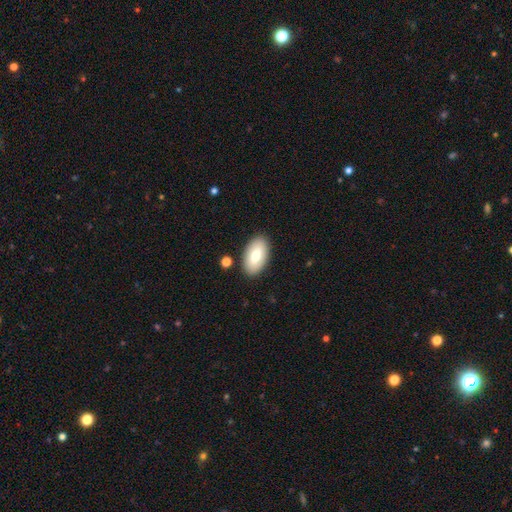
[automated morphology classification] smooth 75%, featured or disk 19%, star or artifact 6%. Down the decision tree: how rounded — in between (95%); merging — none (87%).